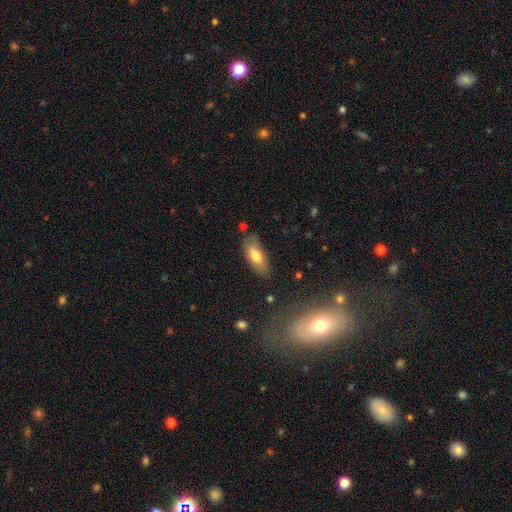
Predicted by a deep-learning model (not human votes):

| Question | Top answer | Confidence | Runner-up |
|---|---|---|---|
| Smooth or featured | smooth | 75% | featured or disk (18%) |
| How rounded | in between | 81% | cigar-shaped (17%) |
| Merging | none | 73% | minor disturbance (20%) |